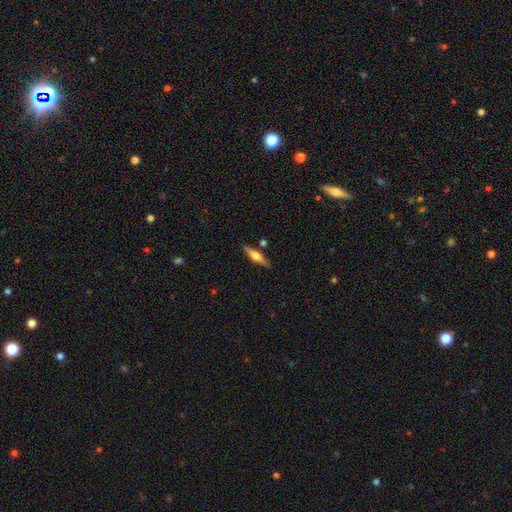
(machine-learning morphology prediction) Smooth or featured? featured or disk (50%)
Edge-on disk? yes (94%)
Merging? none (84%)